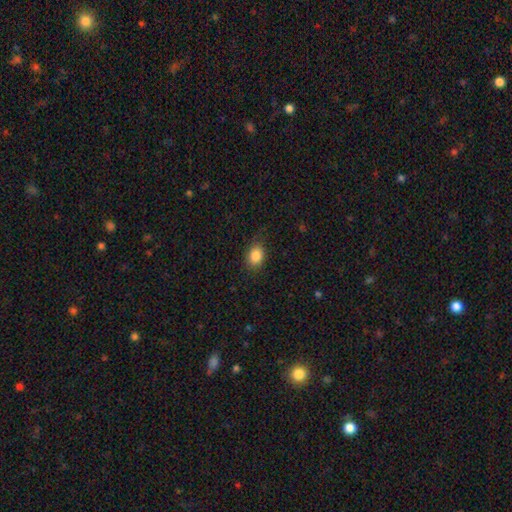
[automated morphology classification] The model was most divided on "how rounded": in between: 70%, round: 29%, cigar-shaped: 1%. More confident: smooth or featured — smooth (86%); merging — none (80%).